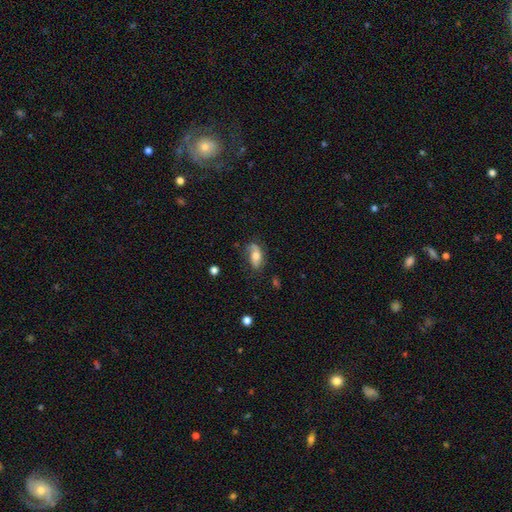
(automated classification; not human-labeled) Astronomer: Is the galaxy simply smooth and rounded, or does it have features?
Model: smooth — 59%.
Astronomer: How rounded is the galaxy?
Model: in between — 86%.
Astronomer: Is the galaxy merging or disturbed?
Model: none — 56%.